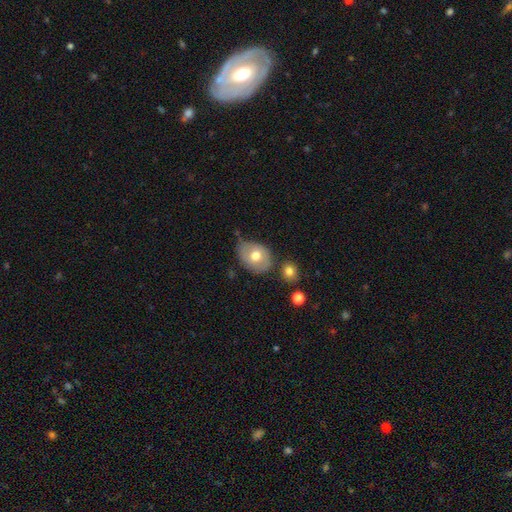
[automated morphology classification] smooth_or_featured: smooth (p=0.62) [alt: featured or disk p=0.30]
how_rounded: in between (p=0.59) [alt: round p=0.40]
merging: none (p=0.58) [alt: minor disturbance p=0.26]